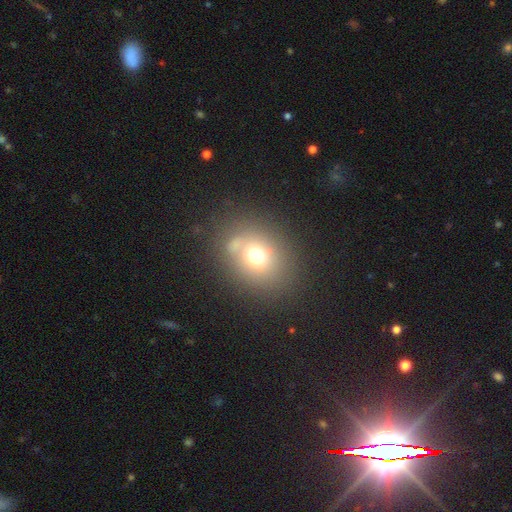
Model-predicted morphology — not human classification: The model was most divided on "how rounded": round: 62%, in between: 37%, cigar-shaped: 1%. More confident: merging — none (72%); smooth or featured — smooth (66%).